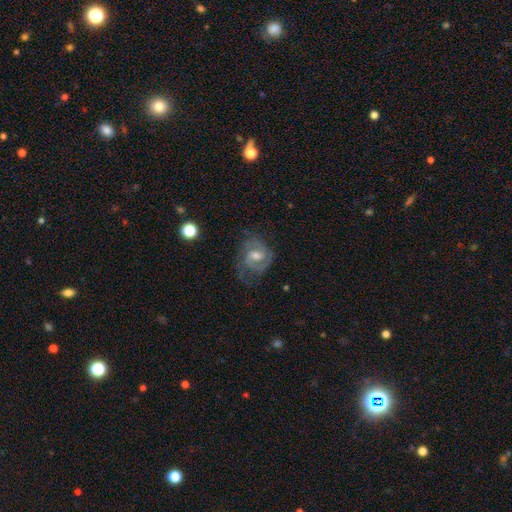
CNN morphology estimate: Smooth or featured? Predicted: featured or disk (p=0.79). Edge-on disk? Predicted: no (p=0.97). Bar? Predicted: weak (p=0.53). Spiral arms? Predicted: yes (p=0.93). Spiral winding? Predicted: medium (p=0.44). Spiral arm count? Predicted: 2 (p=0.51). Bulge size? Predicted: moderate (p=0.61). Merging? Predicted: none (p=0.62).